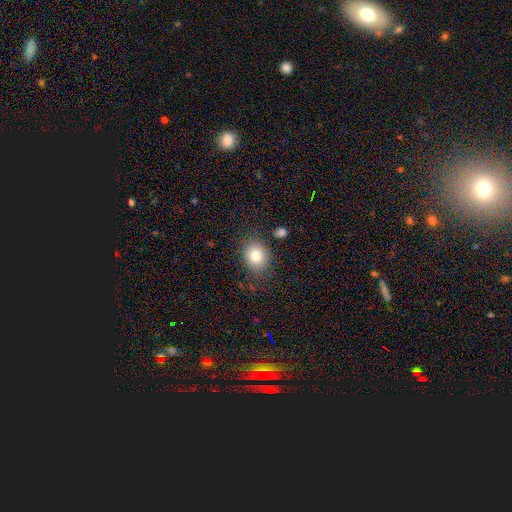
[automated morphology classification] Overall: smooth (81%). How rounded: round (57%; in between 42%). Merging: none (80%).